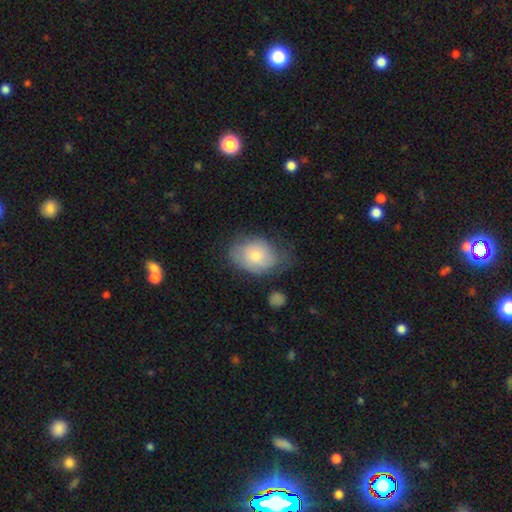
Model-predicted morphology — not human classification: Smooth or featured?
  - smooth: 71% *
  - featured or disk: 22%
  - star or artifact: 6%
How rounded?
  - in between: 67% *
  - round: 32%
  - cigar-shaped: 1%
Merging?
  - none: 43% *
  - minor disturbance: 35%
  - major disturbance: 19%
  - merger: 3%